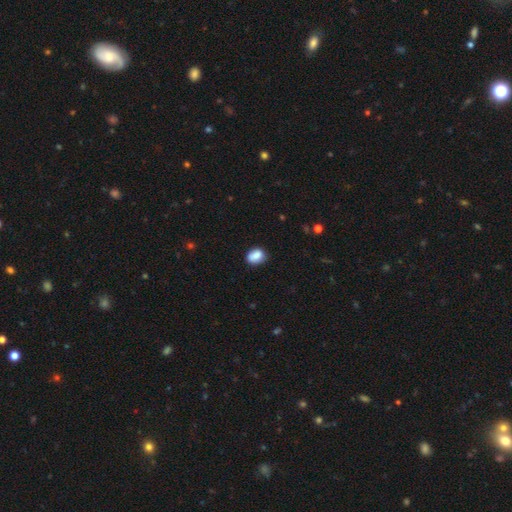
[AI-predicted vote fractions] Smooth or featured: smooth — 84% (featured or disk — 8%)
How rounded: in between — 69% (round — 30%)
Merging: none — 73% (minor disturbance — 20%)